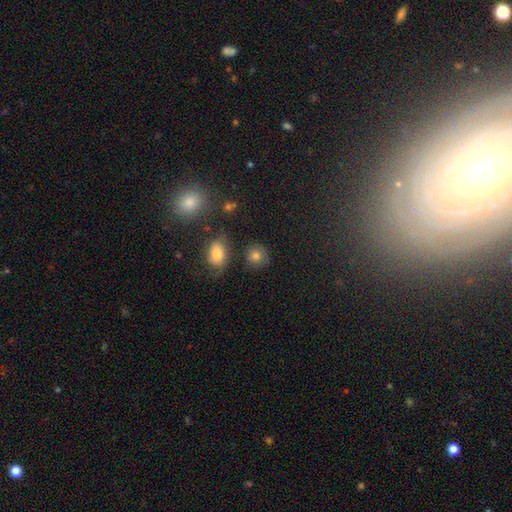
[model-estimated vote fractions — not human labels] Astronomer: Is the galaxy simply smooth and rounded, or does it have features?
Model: smooth — 80%.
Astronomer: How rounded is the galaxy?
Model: round — 81%.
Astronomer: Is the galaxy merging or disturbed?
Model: none — 75%.